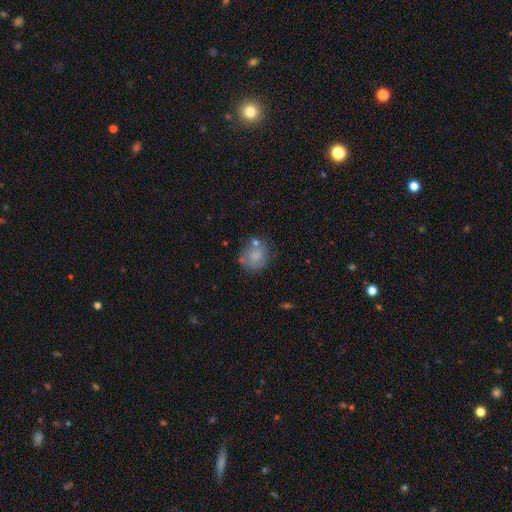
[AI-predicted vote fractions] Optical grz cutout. It shows a smooth galaxy with no disk features (74%) that is round (78%). Merging: none (58%).